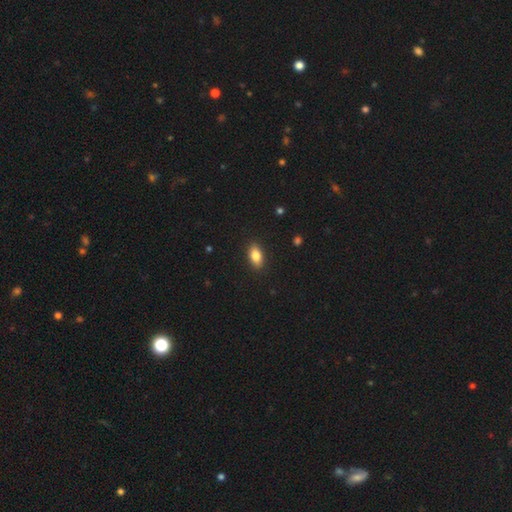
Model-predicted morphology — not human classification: The model was most divided on "smooth or featured": smooth: 84%, featured or disk: 8%, star or artifact: 8%. More confident: merging — none (89%); how rounded — in between (89%).